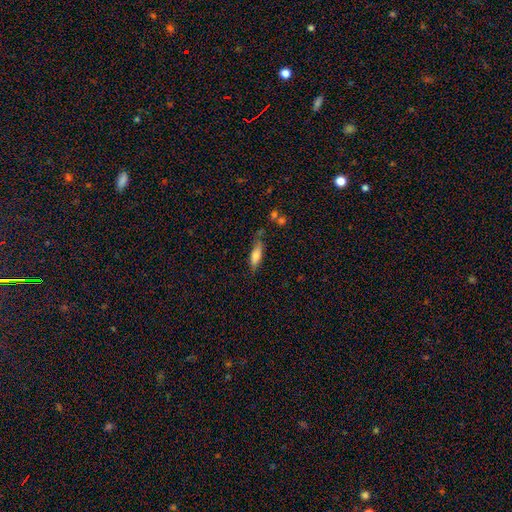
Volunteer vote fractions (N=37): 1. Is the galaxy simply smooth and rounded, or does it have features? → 73% smooth, 19% featured or disk, 8% star or artifact.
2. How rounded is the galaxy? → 56% cigar-shaped, 41% in between, 4% round.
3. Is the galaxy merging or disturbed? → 71% none, 15% minor disturbance, 9% major disturbance, 6% merger.